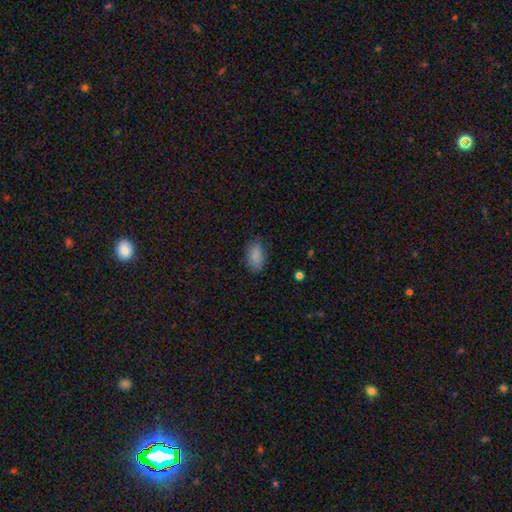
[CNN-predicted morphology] This appears to be a smooth galaxy with no disk features (87%) that is in between round and cigar-shaped (92%). Merging: none (79%).